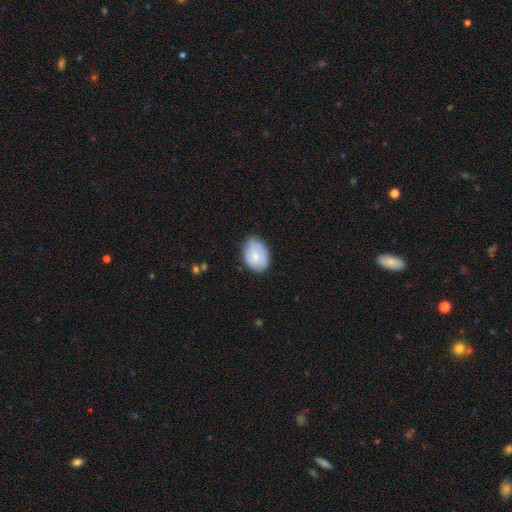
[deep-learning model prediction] This is likely a smooth galaxy (70%). How rounded: likely in between (75%). Merging: likely none (74%).